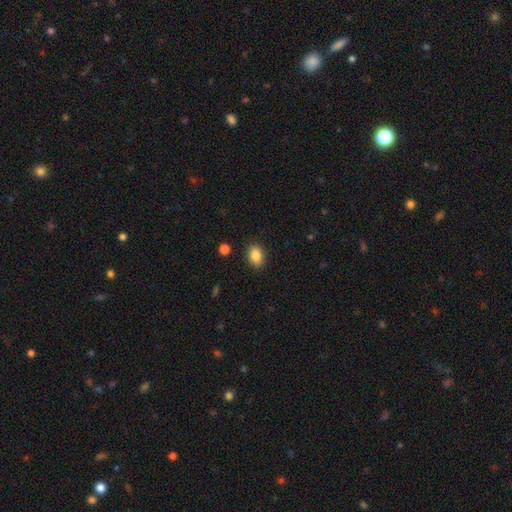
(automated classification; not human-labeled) A smooth galaxy with no disk features (85%) that is in between round and cigar-shaped (74%). Merging: none (89%).